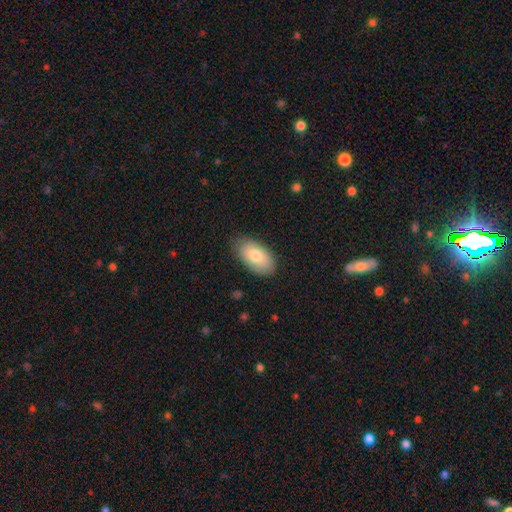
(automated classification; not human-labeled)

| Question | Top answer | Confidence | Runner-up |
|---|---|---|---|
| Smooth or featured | smooth | 77% | featured or disk (16%) |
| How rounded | in between | 94% | round (4%) |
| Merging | none | 82% | minor disturbance (14%) |